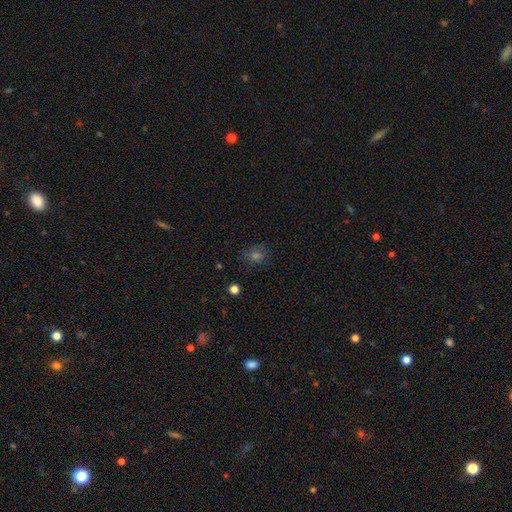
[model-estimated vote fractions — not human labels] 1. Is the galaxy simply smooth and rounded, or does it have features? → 57% smooth, 30% star or artifact, 13% featured or disk.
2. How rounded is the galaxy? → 59% round, 39% in between, 1% cigar-shaped.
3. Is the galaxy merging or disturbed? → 80% none, 13% minor disturbance, 5% major disturbance, 2% merger.